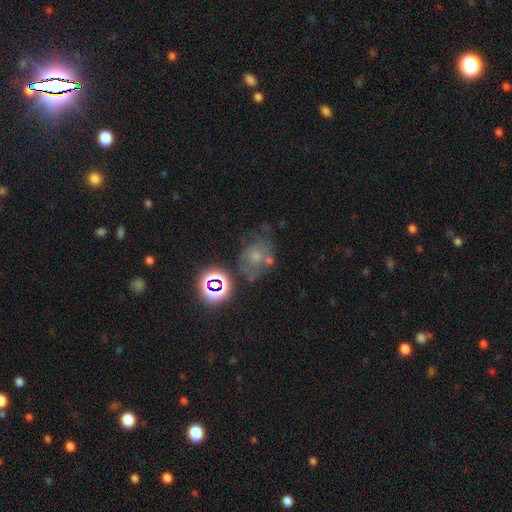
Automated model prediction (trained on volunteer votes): Smooth or featured? smooth (42%)
Merging? none (39%)